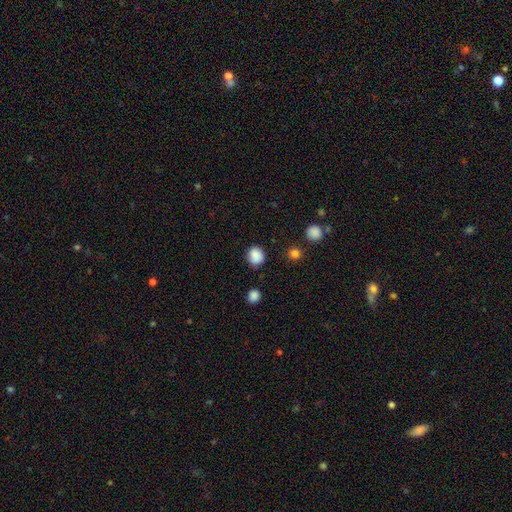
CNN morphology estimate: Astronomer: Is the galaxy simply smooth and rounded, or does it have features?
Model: smooth — 86%.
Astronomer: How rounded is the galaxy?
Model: round — 76%.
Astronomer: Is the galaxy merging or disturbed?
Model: none — 80%.